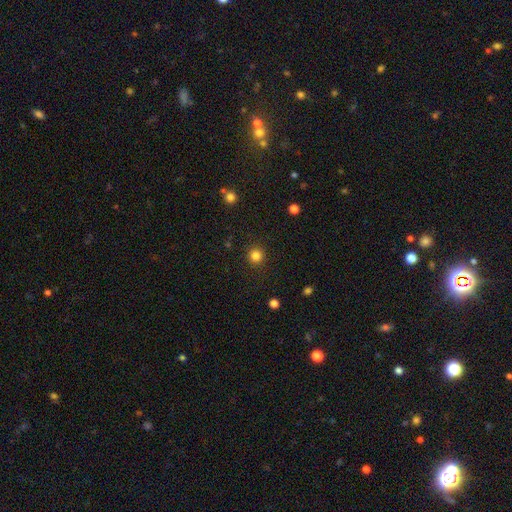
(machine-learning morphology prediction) Smooth or featured?
  - smooth: 83% *
  - star or artifact: 13%
  - featured or disk: 4%
How rounded?
  - round: 94% *
  - in between: 5%
  - cigar-shaped: 1%
Merging?
  - none: 91% *
  - minor disturbance: 5%
  - major disturbance: 2%
  - merger: 1%